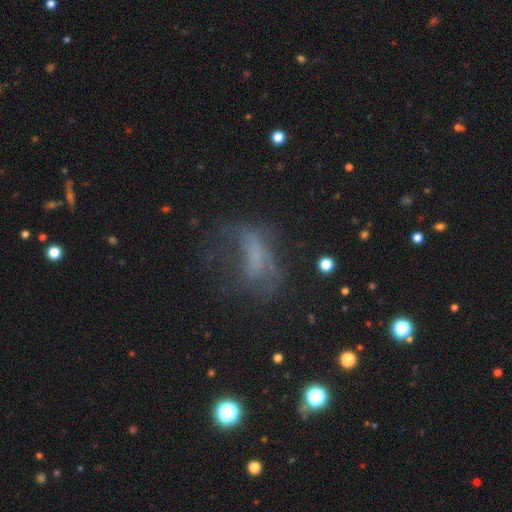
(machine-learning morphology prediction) Smooth or featured: featured or disk — 39% (smooth — 38%)
Merging: major disturbance — 40% (none — 35%)